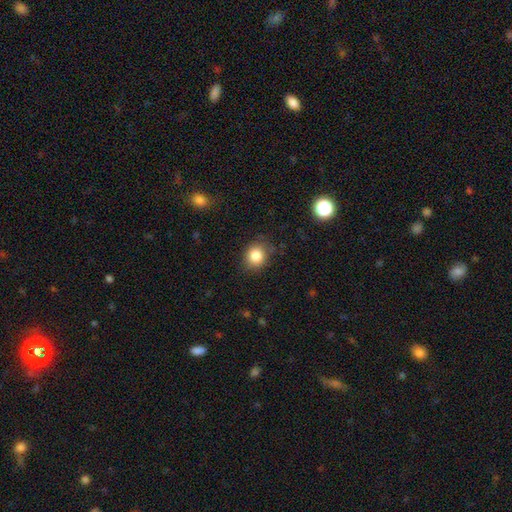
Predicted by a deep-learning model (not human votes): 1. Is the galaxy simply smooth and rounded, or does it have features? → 84% smooth, 10% star or artifact, 6% featured or disk.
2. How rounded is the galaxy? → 72% round, 27% in between, 1% cigar-shaped.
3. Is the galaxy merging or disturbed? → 82% none, 13% minor disturbance, 3% major disturbance, 1% merger.